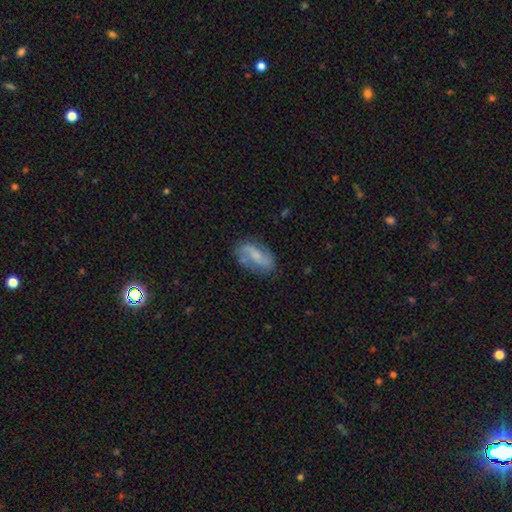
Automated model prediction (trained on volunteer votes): This appears to be a featured or disk galaxy (66%) with a weak bar (42%), 2 (87%) loose (55%) spiral arms (90%) and a small central bulge (49%). Merging: none (73%).